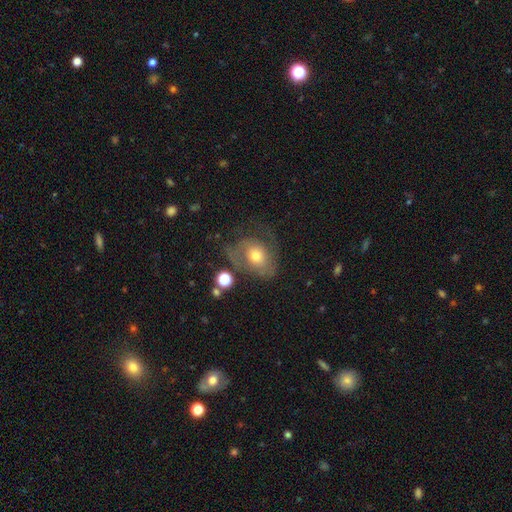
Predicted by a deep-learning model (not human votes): This is possibly a featured or disk galaxy (50%). Merging: marginally none (40%).